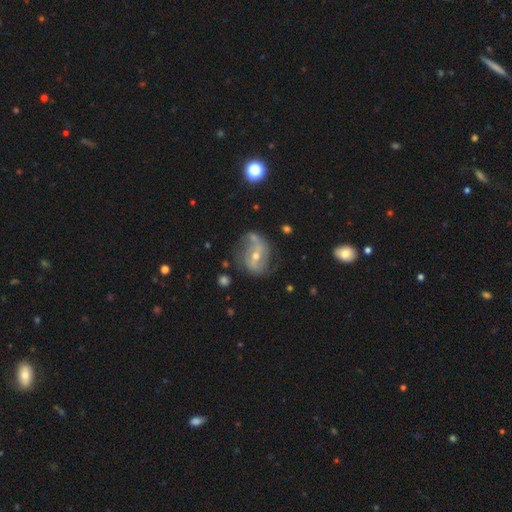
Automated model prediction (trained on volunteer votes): Smooth or featured: featured or disk — 79% (smooth — 12%)
Edge-on disk: no — 96% (yes — 4%)
Bar: weak — 42% (no — 32%)
Spiral arms: yes — 88% (no — 12%)
Spiral winding: medium — 41% (loose — 36%)
Spiral arm count: 2 — 72% (can't tell — 13%)
Bulge size: moderate — 50% (small — 47%)
Merging: none — 62% (minor disturbance — 22%)